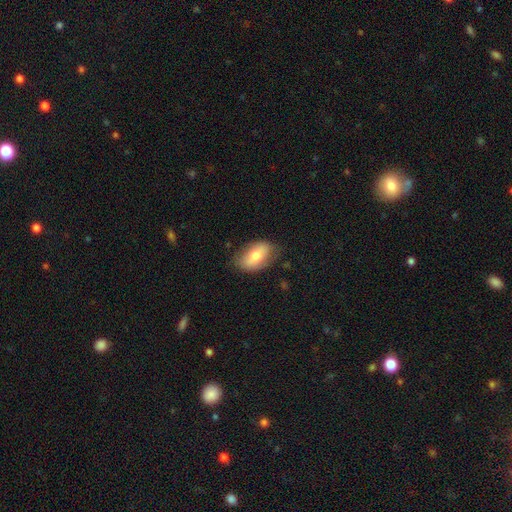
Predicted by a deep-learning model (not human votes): Overall: smooth (69%). How rounded: in between (91%). Merging: none (73%).